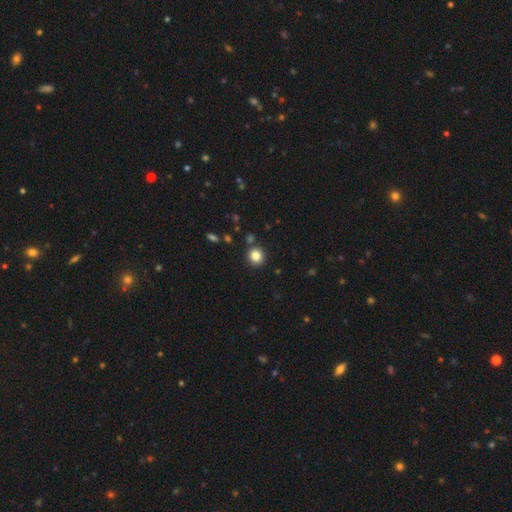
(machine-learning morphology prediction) Smooth or featured: smooth — 84% (star or artifact — 11%)
How rounded: round — 90% (in between — 9%)
Merging: none — 87% (minor disturbance — 6%)